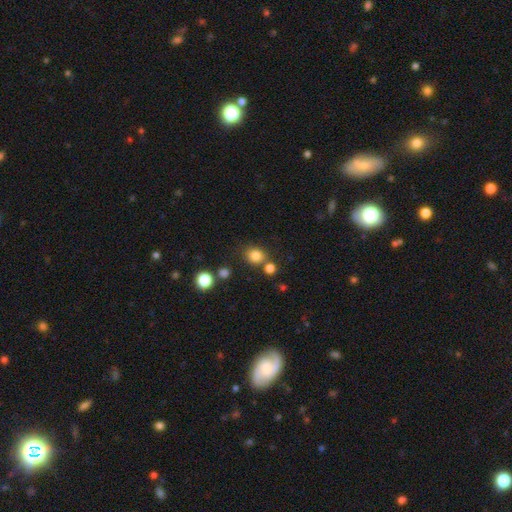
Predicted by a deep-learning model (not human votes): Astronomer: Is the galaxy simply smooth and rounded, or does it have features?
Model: smooth — 81%.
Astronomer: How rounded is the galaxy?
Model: round — 76%.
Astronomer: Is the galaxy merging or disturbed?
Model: none — 72%.